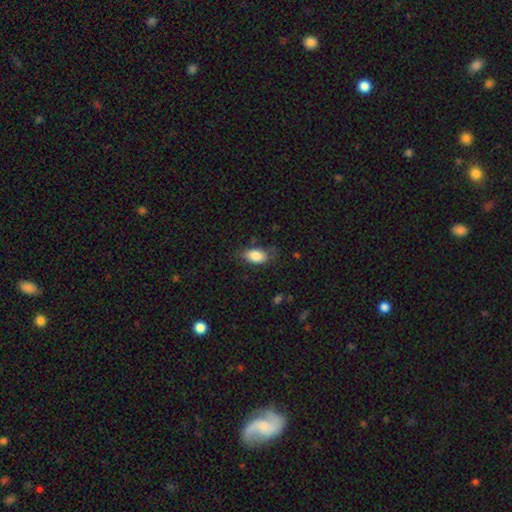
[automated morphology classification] Smooth or featured: smooth — 86% (featured or disk — 8%)
How rounded: in between — 91% (round — 6%)
Merging: none — 69% (minor disturbance — 22%)